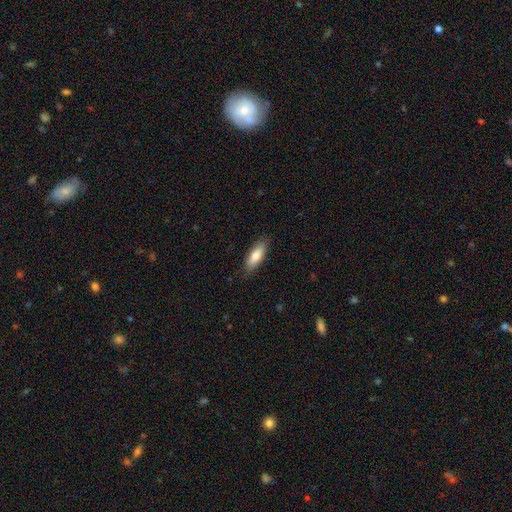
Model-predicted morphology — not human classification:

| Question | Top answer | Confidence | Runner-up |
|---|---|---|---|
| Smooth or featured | smooth | 79% | featured or disk (15%) |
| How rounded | in between | 67% | cigar-shaped (31%) |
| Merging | none | 83% | minor disturbance (13%) |